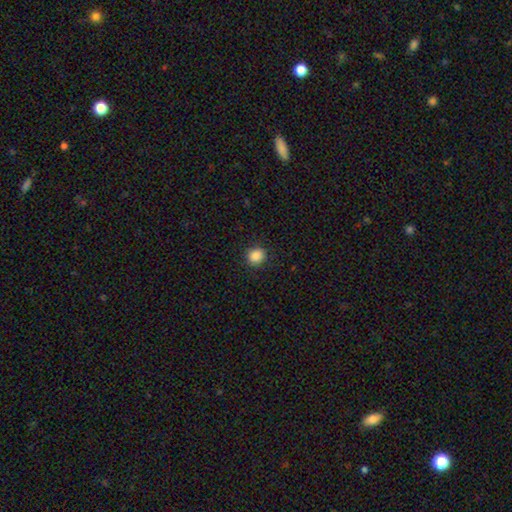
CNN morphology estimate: The model was most divided on "how rounded": round: 83%, in between: 16%, cigar-shaped: 1%. More confident: merging — none (89%); smooth or featured — smooth (87%).